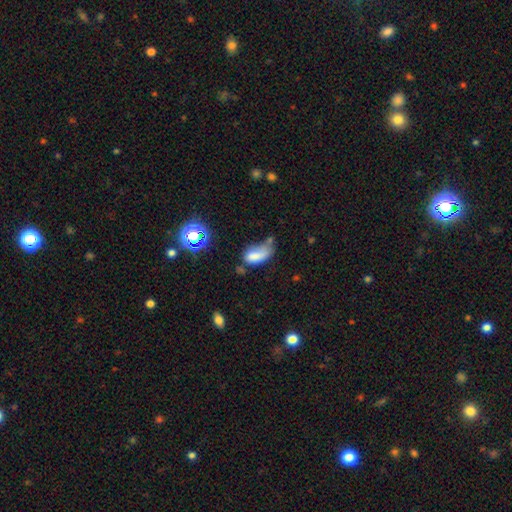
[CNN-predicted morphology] A smooth galaxy with no disk features (74%) that is in between round and cigar-shaped (90%). Merging: minor disturbance (31%).